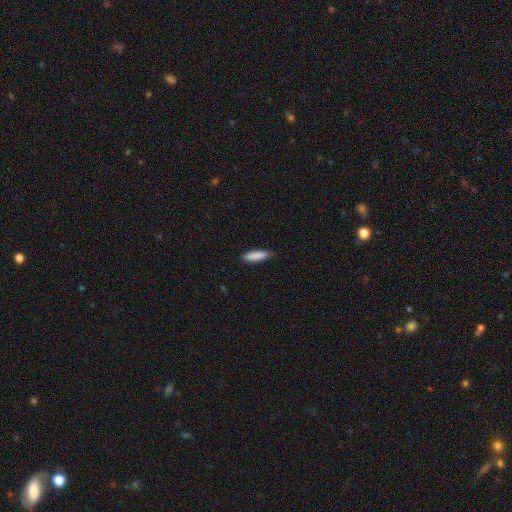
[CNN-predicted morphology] Smooth or featured? Predicted: smooth (p=0.87). How rounded? Predicted: cigar-shaped (p=0.65). Merging? Predicted: none (p=0.80).